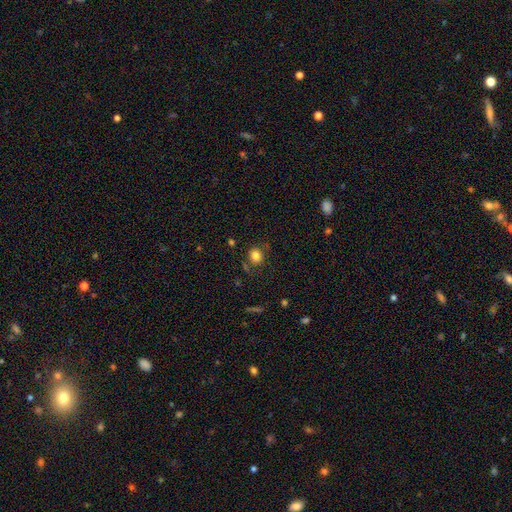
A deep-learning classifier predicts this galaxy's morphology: Overall: smooth (81%). How rounded: round (79%). Merging: none (76%).